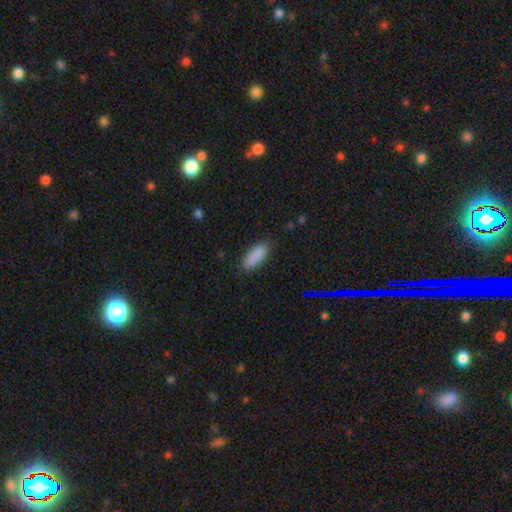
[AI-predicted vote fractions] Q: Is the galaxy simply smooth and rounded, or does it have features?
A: smooth — 88%.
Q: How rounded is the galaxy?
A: in between — 78%.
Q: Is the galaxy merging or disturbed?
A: none — 81%.